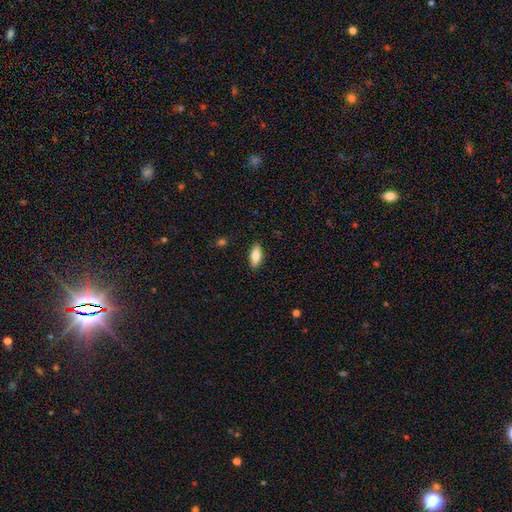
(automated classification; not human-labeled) Q: Smooth or featured?
A: smooth (73%); runner-up: featured or disk (20%)
Q: How rounded?
A: in between (75%); runner-up: cigar-shaped (22%)
Q: Merging?
A: none (88%); runner-up: minor disturbance (9%)